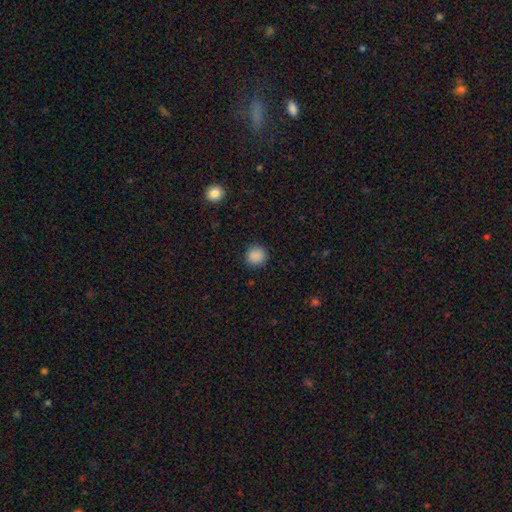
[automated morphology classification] A smooth galaxy with no disk features (88%) that is round (92%).

Vote fractions:
- Smooth or featured? smooth: 88% / star or artifact: 9% / featured or disk: 3%
- How rounded? round: 92% / in between: 7% / cigar-shaped: 1%
- Merging? none: 90% / minor disturbance: 6% / major disturbance: 2% / merger: 1%